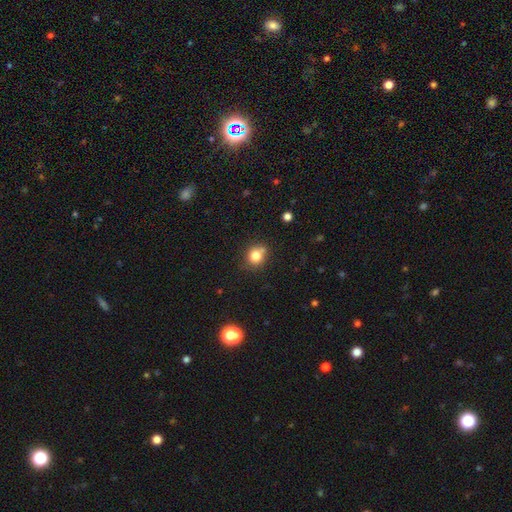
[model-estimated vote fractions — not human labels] Q: Smooth or featured?
A: smooth (80%); runner-up: star or artifact (12%)
Q: How rounded?
A: round (76%); runner-up: in between (23%)
Q: Merging?
A: none (67%); runner-up: minor disturbance (19%)